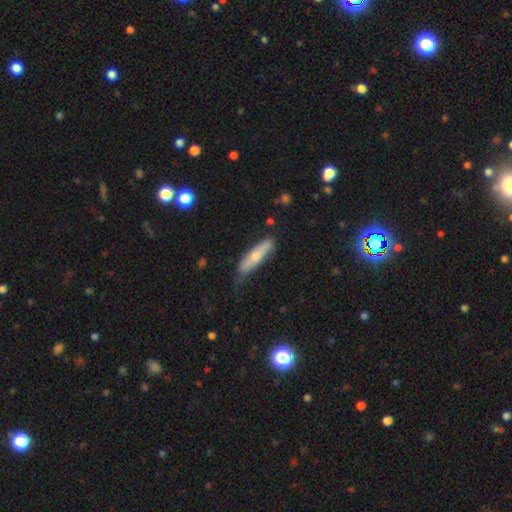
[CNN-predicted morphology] A smooth galaxy with no disk features (59%) that is cigar-shaped (71%). Merging: none (65%).